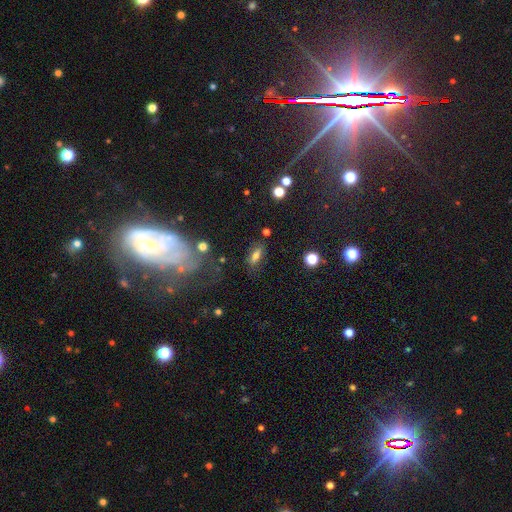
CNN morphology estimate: A smooth galaxy with no disk features (69%) that is in between round and cigar-shaped (67%).

Vote fractions:
- Smooth or featured? smooth: 69% / featured or disk: 18% / star or artifact: 13%
- How rounded? in between: 67% / cigar-shaped: 27% / round: 6%
- Merging? none: 72% / minor disturbance: 16% / major disturbance: 7% / merger: 4%